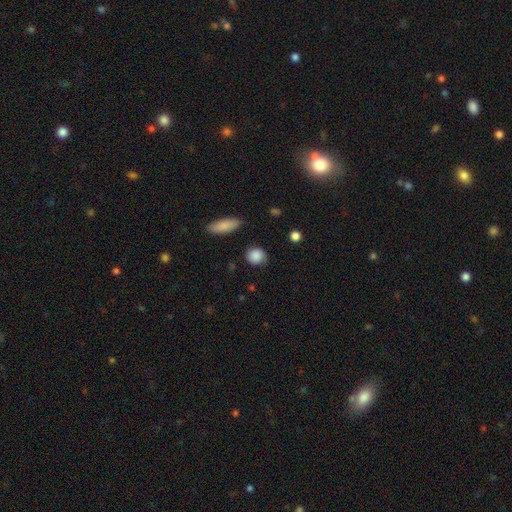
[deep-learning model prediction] Q: Smooth or featured?
A: smooth (87%); runner-up: star or artifact (8%)
Q: How rounded?
A: round (79%); runner-up: in between (19%)
Q: Merging?
A: none (78%); runner-up: minor disturbance (16%)